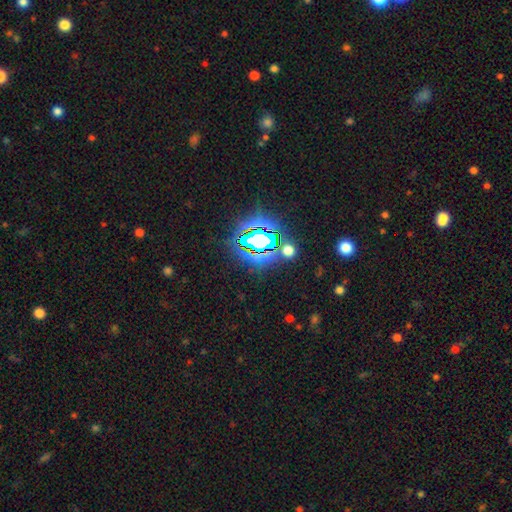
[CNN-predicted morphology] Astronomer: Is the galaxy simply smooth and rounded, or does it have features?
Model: star or artifact — 84%.